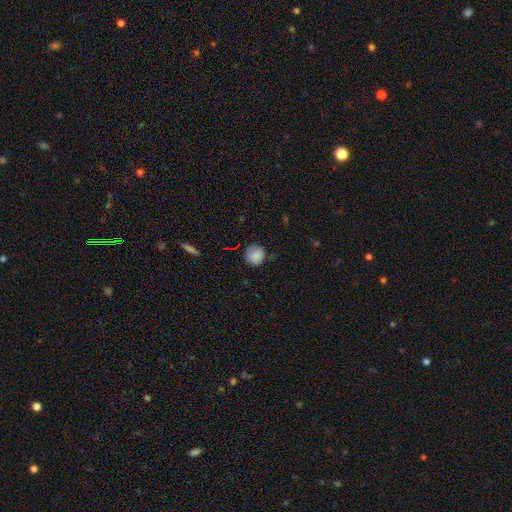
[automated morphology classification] smooth 87%, star or artifact 8%, featured or disk 5%. Down the decision tree: how rounded — round (91%); merging — none (78%).